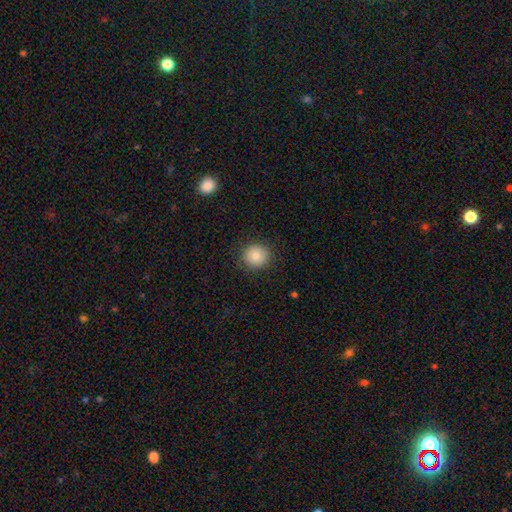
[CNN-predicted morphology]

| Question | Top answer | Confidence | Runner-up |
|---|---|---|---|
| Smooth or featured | smooth | 84% | star or artifact (9%) |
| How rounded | round | 90% | in between (9%) |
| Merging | none | 89% | minor disturbance (7%) |